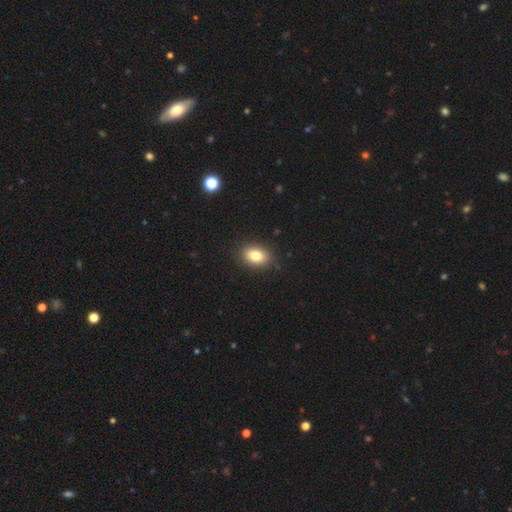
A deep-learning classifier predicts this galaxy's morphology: A smooth galaxy with no disk features (80%) that is in between round and cigar-shaped (77%).

Vote fractions:
- Smooth or featured? smooth: 80% / featured or disk: 10% / star or artifact: 10%
- How rounded? in between: 77% / round: 22% / cigar-shaped: 1%
- Merging? none: 88% / minor disturbance: 8% / major disturbance: 2% / merger: 1%